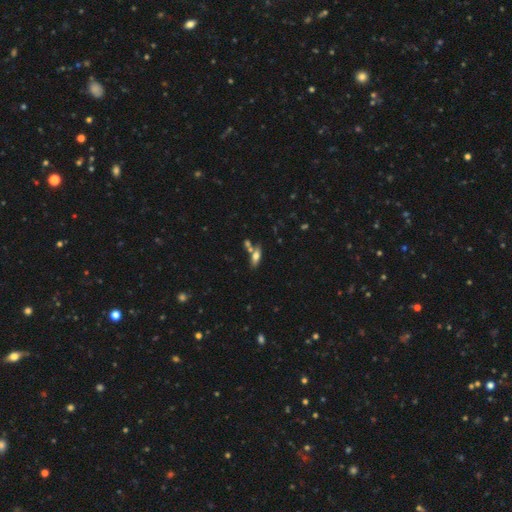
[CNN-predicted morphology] smooth-or-featured: smooth: 66% | featured or disk: 25% | star or artifact: 9%
  how-rounded: in between: 67% | cigar-shaped: 30% | round: 4%
  merging: none: 58% | merger: 24% | minor disturbance: 13% | major disturbance: 5%